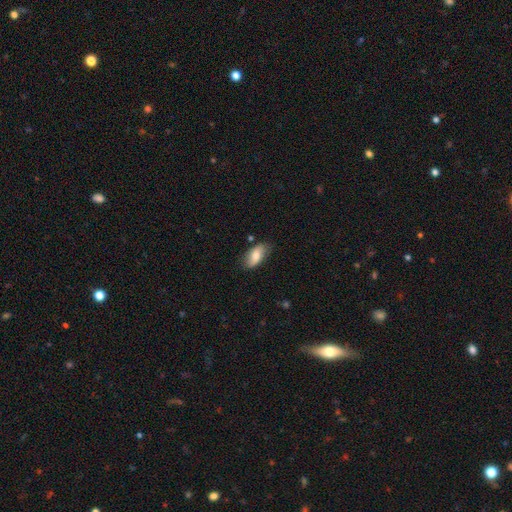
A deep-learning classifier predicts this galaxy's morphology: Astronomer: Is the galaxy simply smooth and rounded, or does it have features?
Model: smooth — 68%.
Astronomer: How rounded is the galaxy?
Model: in between — 91%.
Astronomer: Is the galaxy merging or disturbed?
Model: none — 76%.